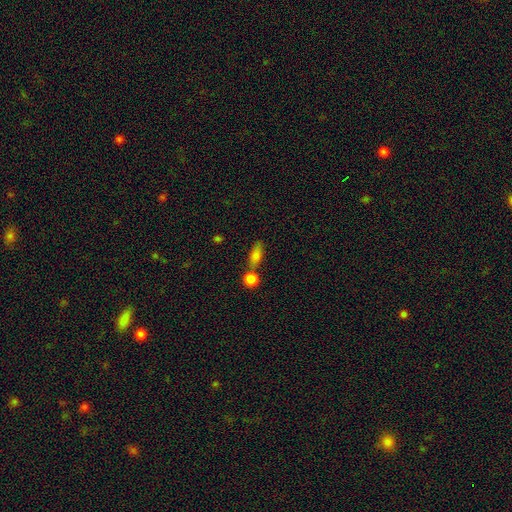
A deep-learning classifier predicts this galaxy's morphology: smooth 78%, featured or disk 12%, star or artifact 9%. Down the decision tree: how rounded — in between (63%); merging — none (56%).